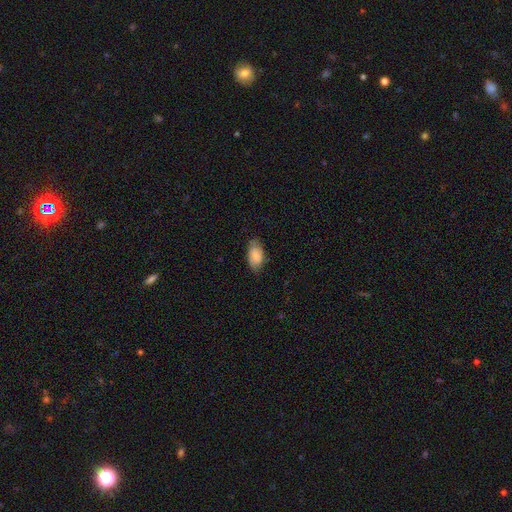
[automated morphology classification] This appears to be a smooth galaxy with no disk features (80%) that is in between round and cigar-shaped (93%). Merging: none (74%).